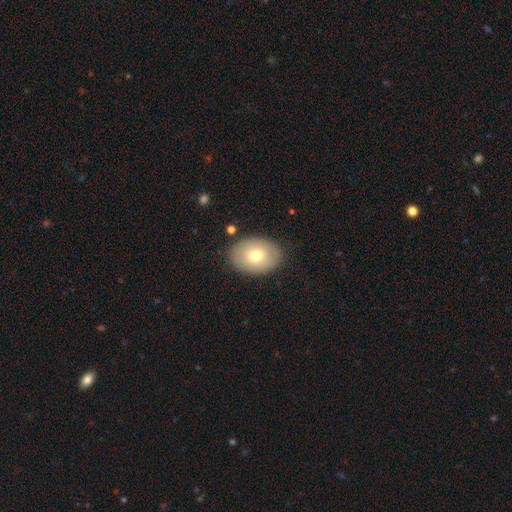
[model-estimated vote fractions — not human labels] Q: Smooth or featured?
A: smooth (71%); runner-up: featured or disk (22%)
Q: How rounded?
A: in between (78%); runner-up: round (21%)
Q: Merging?
A: none (86%); runner-up: minor disturbance (10%)